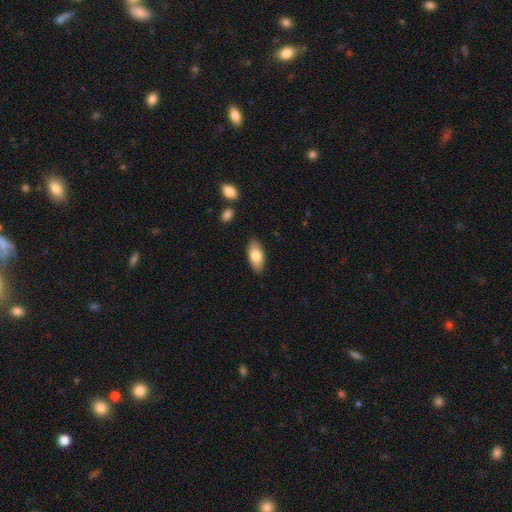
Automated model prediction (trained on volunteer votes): A smooth galaxy with no disk features (78%) that is in between round and cigar-shaped (89%). Merging: none (87%).